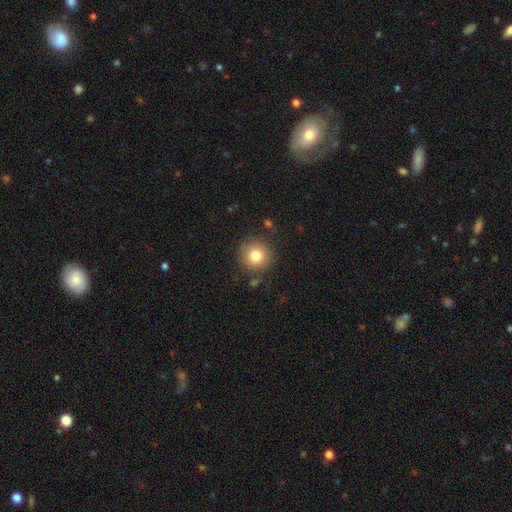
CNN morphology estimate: This appears to be a smooth galaxy with no disk features (82%) that is round (94%). Merging: none (85%).